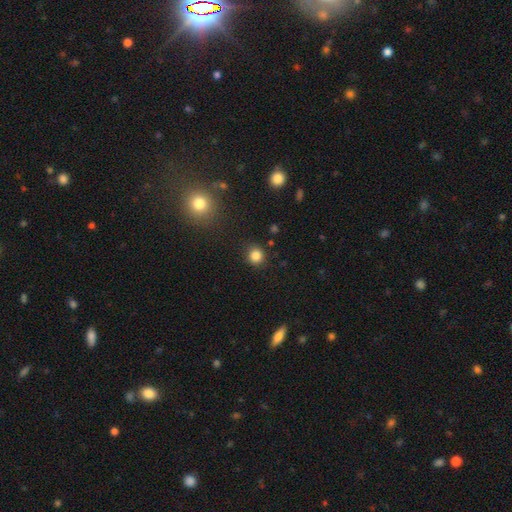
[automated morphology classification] Q: Smooth or featured?
A: smooth (83%); runner-up: star or artifact (12%)
Q: How rounded?
A: round (90%); runner-up: in between (9%)
Q: Merging?
A: none (88%); runner-up: minor disturbance (7%)